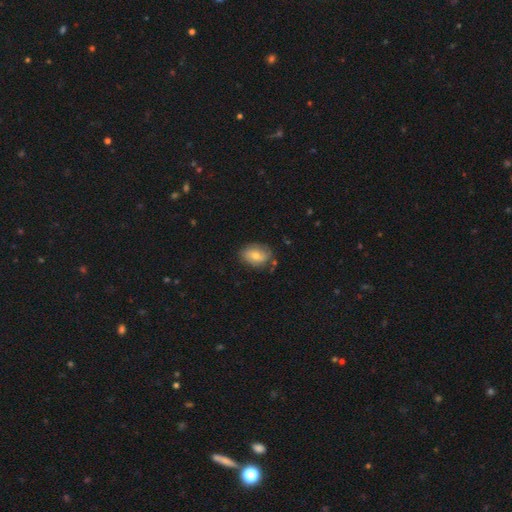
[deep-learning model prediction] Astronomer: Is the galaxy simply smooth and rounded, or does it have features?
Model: smooth — 55% (runner-up: featured or disk, 38%).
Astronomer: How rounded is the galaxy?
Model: in between — 74%.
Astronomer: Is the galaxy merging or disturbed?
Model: none — 70%.